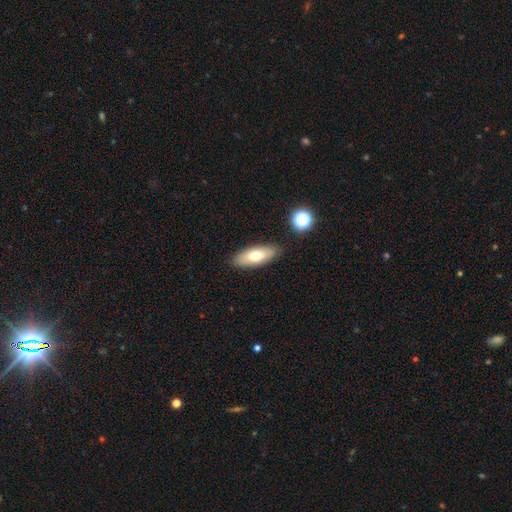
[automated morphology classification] type=smooth (71%); roundness=in between (73%); merging=none (86%).